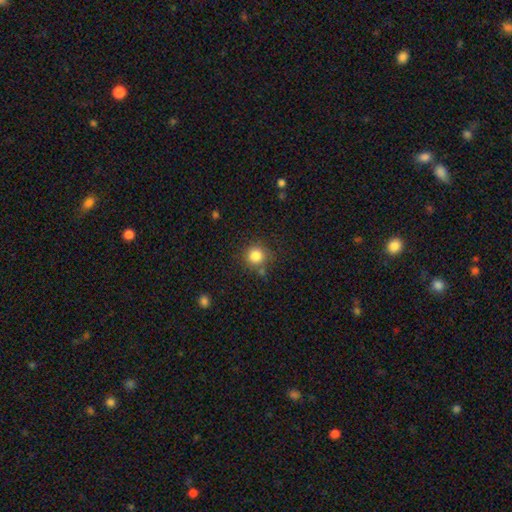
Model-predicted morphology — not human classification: Smooth or featured? smooth (83%)
How rounded? round (93%)
Merging? none (80%)